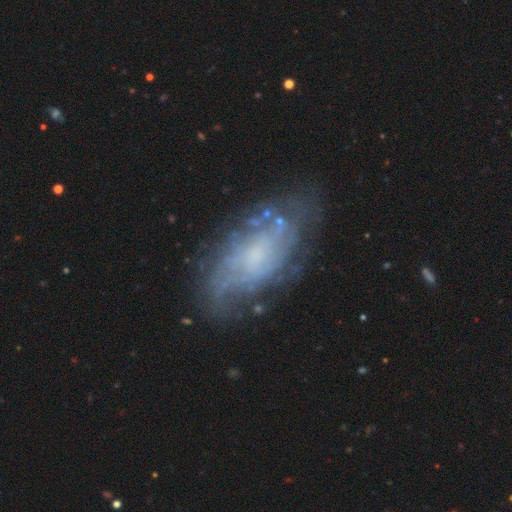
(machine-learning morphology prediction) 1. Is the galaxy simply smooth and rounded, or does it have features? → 73% featured or disk, 19% smooth, 8% star or artifact.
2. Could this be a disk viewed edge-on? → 92% no, 8% yes.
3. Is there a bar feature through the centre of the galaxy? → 71% no, 24% weak, 4% strong.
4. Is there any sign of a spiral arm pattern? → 80% yes, 20% no.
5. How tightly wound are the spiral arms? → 51% tight, 33% medium, 16% loose.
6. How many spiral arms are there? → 58% can't tell, 16% 2, 9% 3, 7% 4, 5% more than 4, 5% 1.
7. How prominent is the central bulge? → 50% small, 23% moderate, 23% none, 4% large, 1% dominant.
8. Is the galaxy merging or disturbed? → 71% none, 18% minor disturbance, 9% major disturbance, 2% merger.